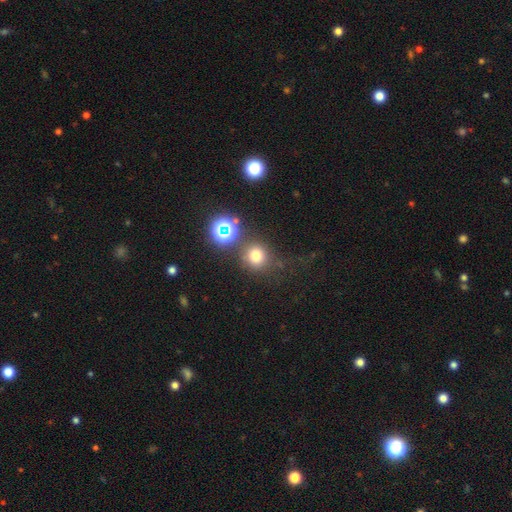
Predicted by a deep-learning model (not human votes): Overall: smooth (69%). How rounded: round (90%). Merging: none (74%).